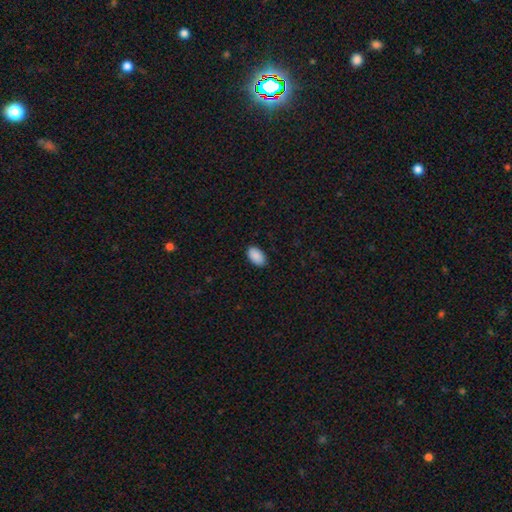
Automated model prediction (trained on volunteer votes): Morphology: type=smooth (91%); roundness=in between (94%); merging=none (88%).